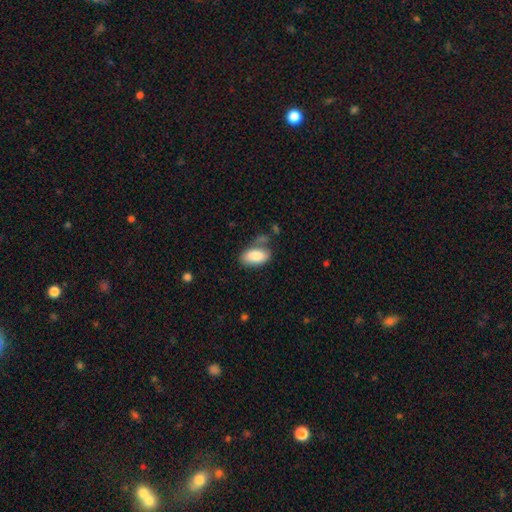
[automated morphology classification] Smooth or featured: smooth — 84% (featured or disk — 9%)
How rounded: in between — 94% (round — 4%)
Merging: none — 57% (minor disturbance — 23%)